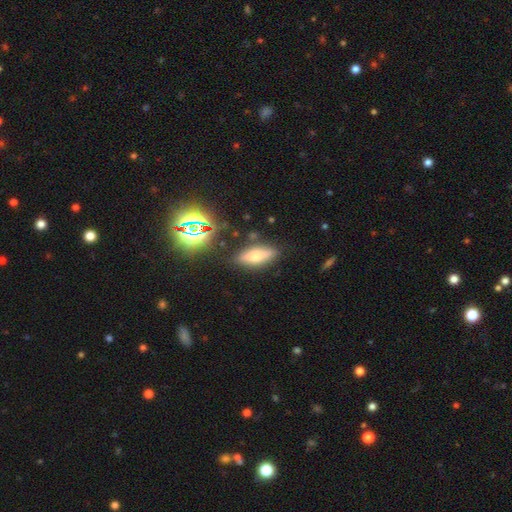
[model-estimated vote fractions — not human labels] Morphology: type=smooth (54%); roundness=in between (58%); merging=none (83%).